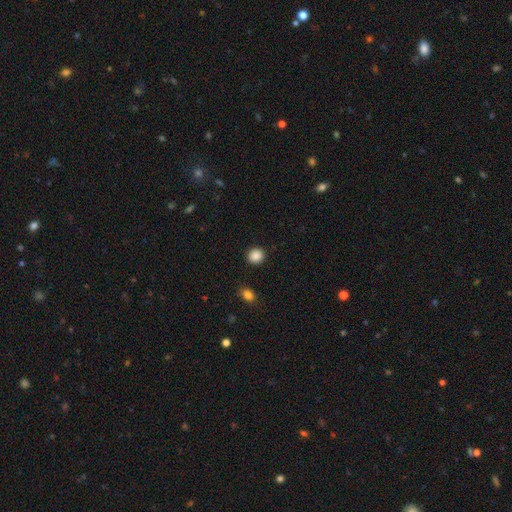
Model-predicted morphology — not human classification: smooth_or_featured: smooth (p=0.88) [alt: star or artifact p=0.09]
how_rounded: round (p=0.82) [alt: in between p=0.17]
merging: none (p=0.91) [alt: minor disturbance p=0.06]